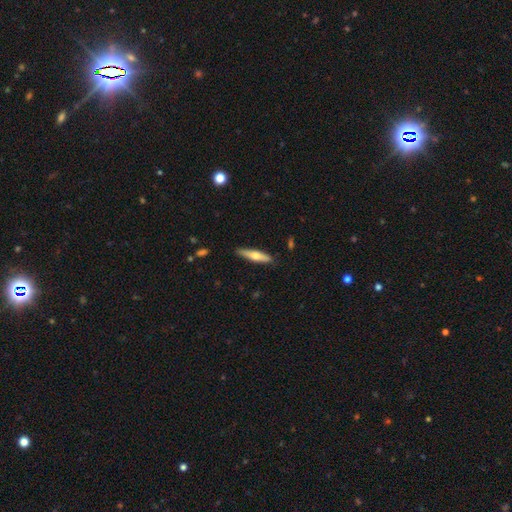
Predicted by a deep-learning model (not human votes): Morphology: type=smooth (54%); roundness=cigar-shaped (81%); merging=none (87%).